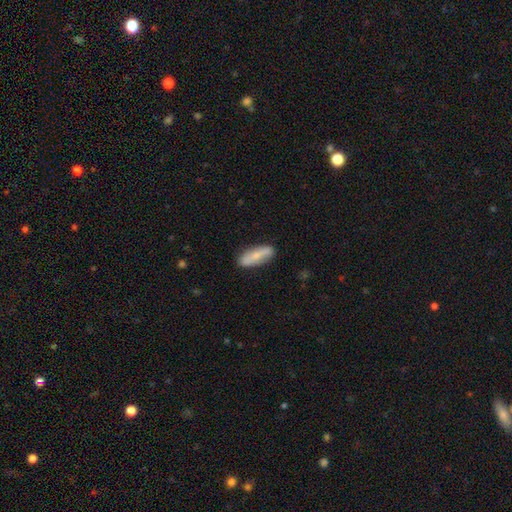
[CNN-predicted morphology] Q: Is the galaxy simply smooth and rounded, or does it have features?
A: smooth — 69%.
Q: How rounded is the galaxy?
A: cigar-shaped — 51%.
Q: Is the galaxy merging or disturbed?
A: none — 83%.